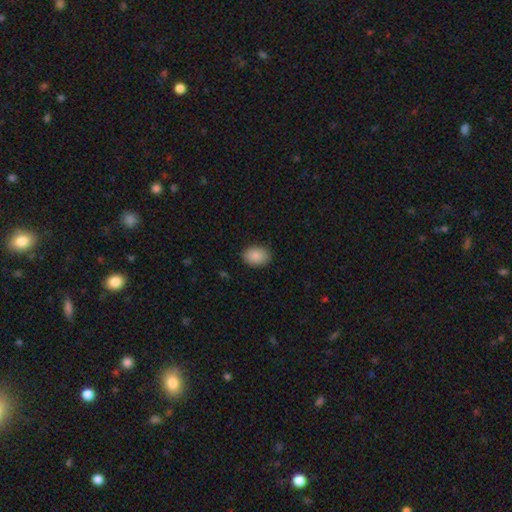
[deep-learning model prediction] smooth 88%, star or artifact 7%, featured or disk 5%. Down the decision tree: how rounded — in between (77%); merging — none (87%).